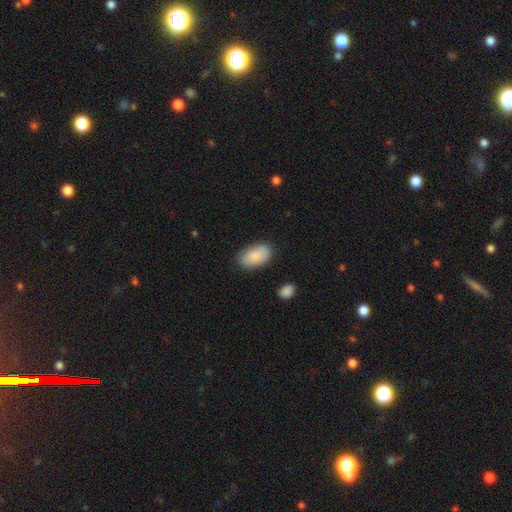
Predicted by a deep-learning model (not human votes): Morphology: type=smooth (88%); roundness=in between (94%); merging=none (78%).